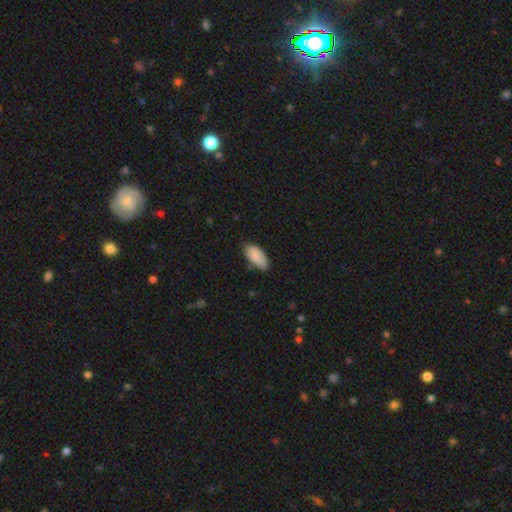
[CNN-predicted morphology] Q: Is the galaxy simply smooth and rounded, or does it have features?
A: smooth — 87%.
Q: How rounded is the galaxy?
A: in between — 91%.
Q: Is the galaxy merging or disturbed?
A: none — 72%.